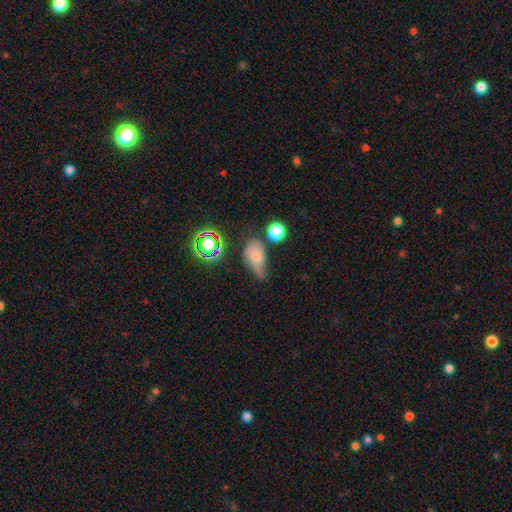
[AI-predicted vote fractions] Overall: smooth (60%; featured or disk 24%). How rounded: in between (80%). Merging: minor disturbance (41%; none 30%).